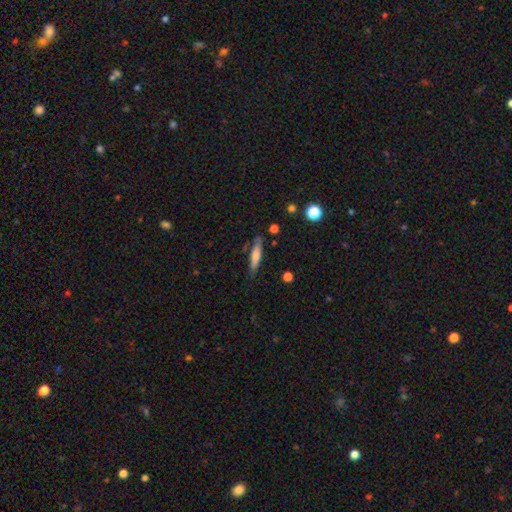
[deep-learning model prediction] Overall: smooth (64%; featured or disk 29%). How rounded: cigar-shaped (81%). Merging: none (79%).